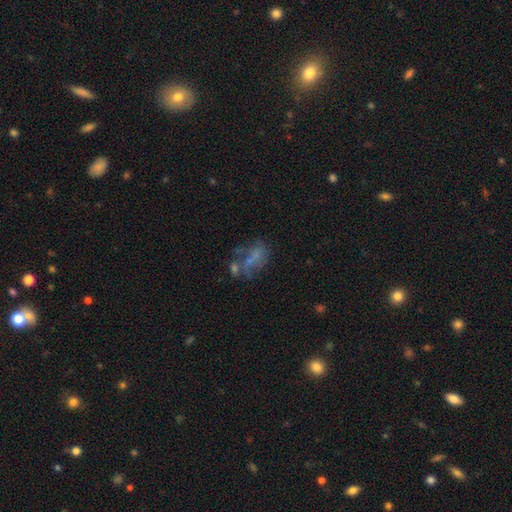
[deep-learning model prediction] A featured or disk galaxy (48%).

Vote fractions:
- Smooth or featured? featured or disk: 48% / smooth: 33% / star or artifact: 19%
- Merging? none: 33% / merger: 27% / major disturbance: 23% / minor disturbance: 17%